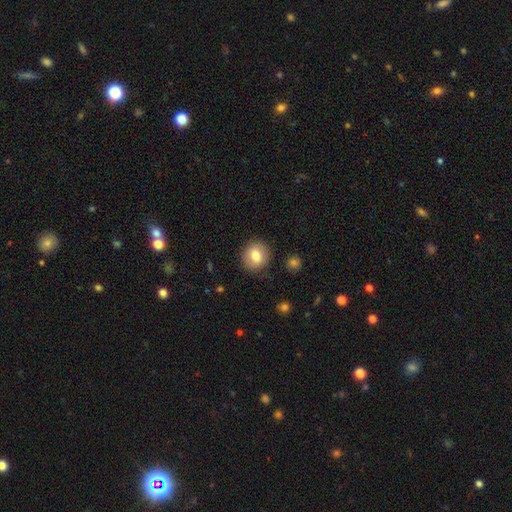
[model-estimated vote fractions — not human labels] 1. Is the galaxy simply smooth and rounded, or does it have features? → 78% smooth, 13% featured or disk, 9% star or artifact.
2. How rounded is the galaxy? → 84% round, 15% in between, 1% cigar-shaped.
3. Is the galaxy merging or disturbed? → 88% none, 8% minor disturbance, 2% major disturbance, 2% merger.